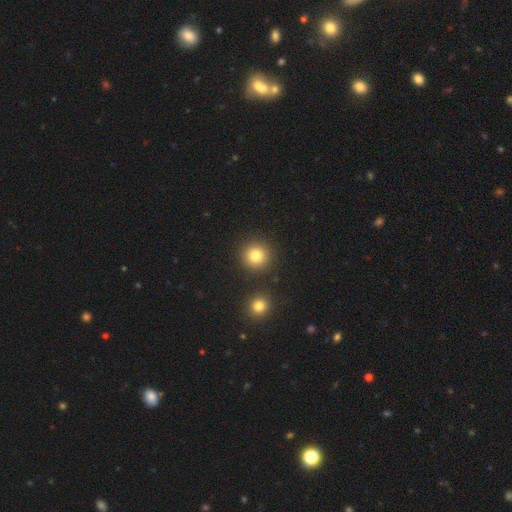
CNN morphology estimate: This appears to be a smooth galaxy with no disk features (82%) that is round (94%). Merging: none (87%).